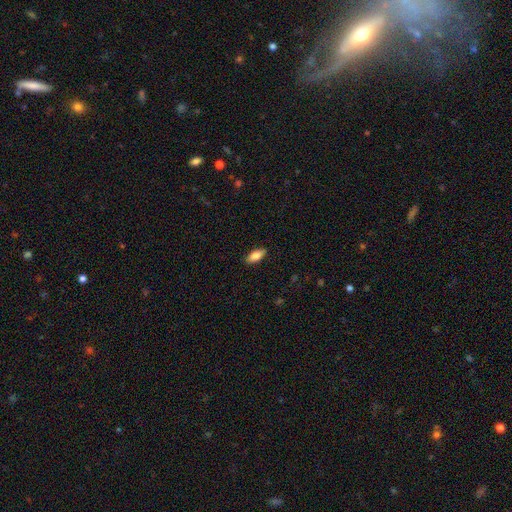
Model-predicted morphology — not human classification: smooth-or-featured: smooth: 80% | featured or disk: 13% | star or artifact: 6%
  how-rounded: in between: 81% | cigar-shaped: 17% | round: 2%
  merging: none: 89% | minor disturbance: 8% | major disturbance: 2% | merger: 1%